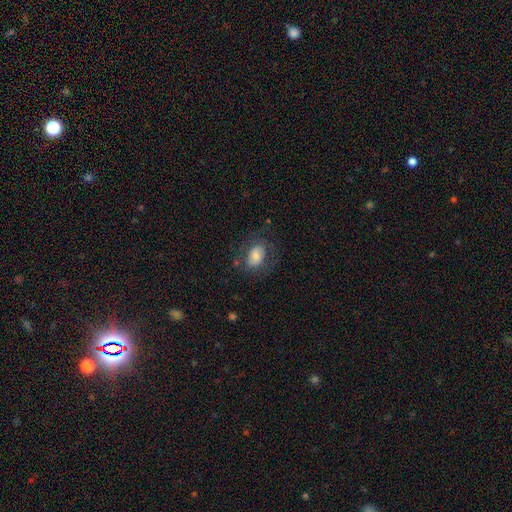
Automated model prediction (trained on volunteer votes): Smooth or featured? smooth (65%)
How rounded? in between (80%)
Merging? none (63%)